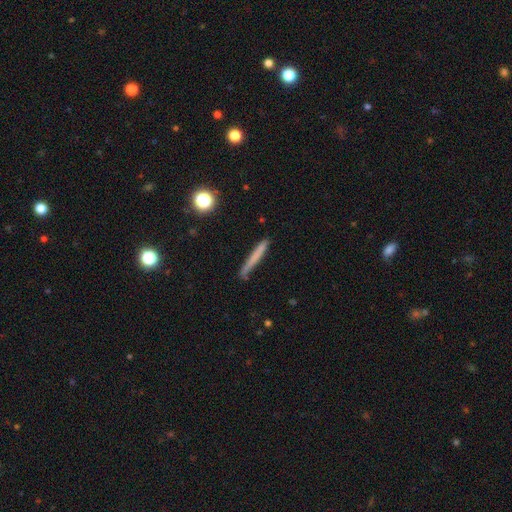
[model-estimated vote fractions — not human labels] This appears to be a smooth galaxy with no disk features (66%) that is cigar-shaped (96%). Merging: none (81%).